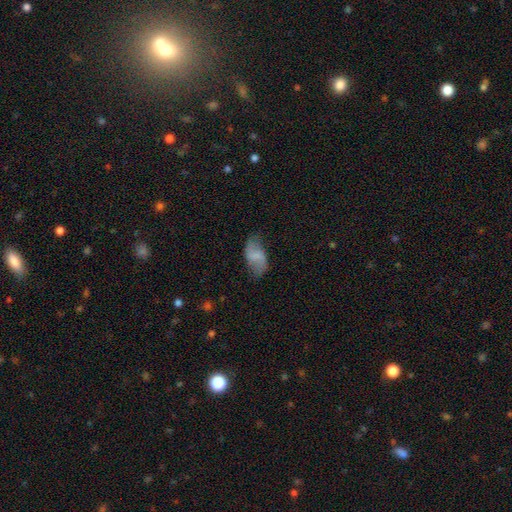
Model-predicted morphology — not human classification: A smooth galaxy with no disk features (46%).

Vote fractions:
- Smooth or featured? smooth: 46% / featured or disk: 45% / star or artifact: 9%
- Merging? none: 70% / minor disturbance: 20% / major disturbance: 8% / merger: 2%